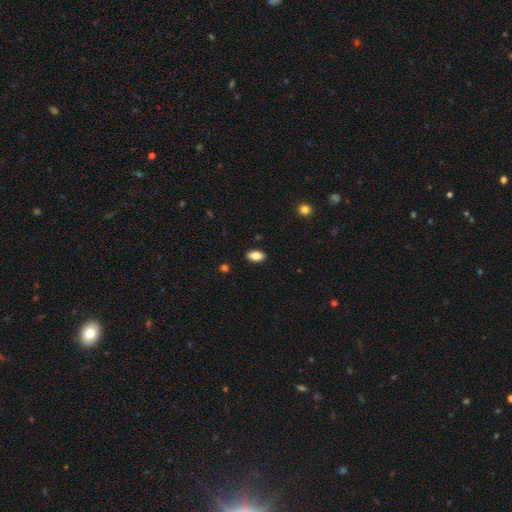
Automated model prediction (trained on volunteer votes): The model was most divided on "smooth or featured": smooth: 84%, star or artifact: 8%, featured or disk: 8%. More confident: how rounded — in between (91%); merging — none (89%).